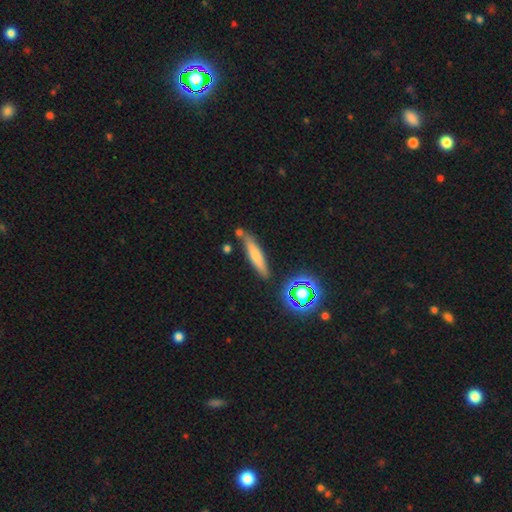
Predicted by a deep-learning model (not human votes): Q: Smooth or featured?
A: smooth (62%); runner-up: featured or disk (25%)
Q: How rounded?
A: cigar-shaped (83%); runner-up: in between (14%)
Q: Merging?
A: none (75%); runner-up: minor disturbance (13%)